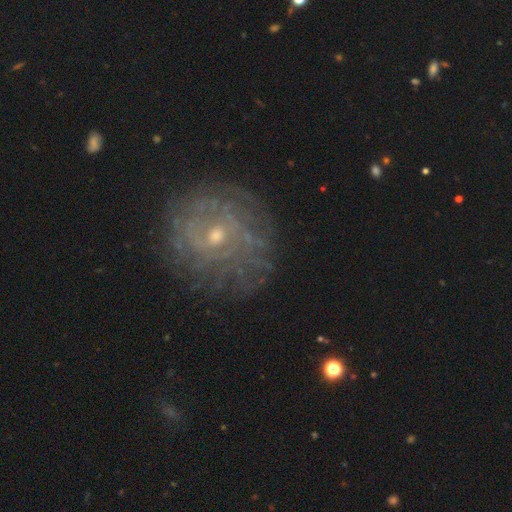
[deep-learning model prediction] The model was most divided on "bar": no: 56%, weak: 34%, strong: 10%. More confident: edge-on disk — no (96%); merging — none (78%); spiral arms — yes (76%); bulge size — small (74%); smooth or featured — featured or disk (63%).